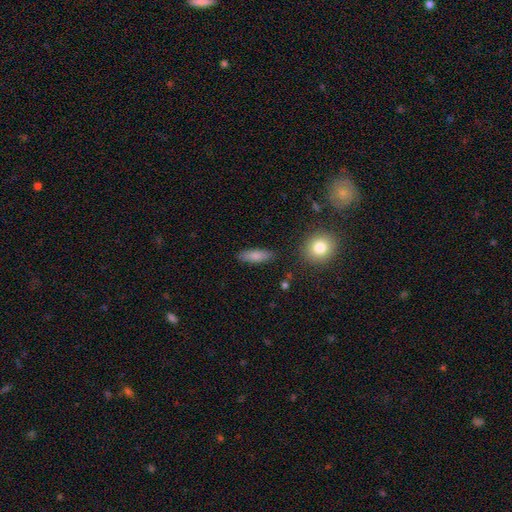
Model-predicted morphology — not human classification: Smooth or featured? smooth (81%)
How rounded? in between (60%)
Merging? none (85%)